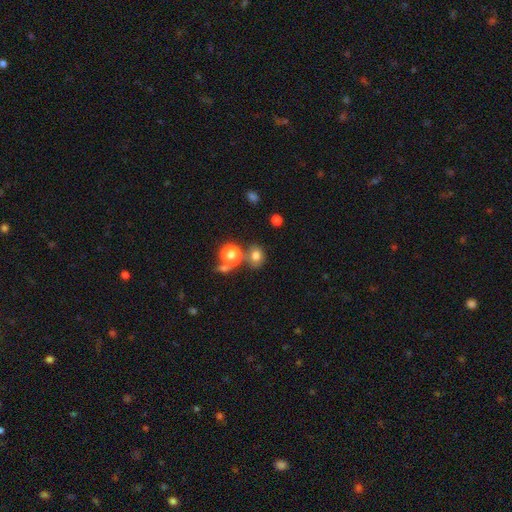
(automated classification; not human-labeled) Q: Smooth or featured?
A: smooth (76%); runner-up: star or artifact (17%)
Q: How rounded?
A: round (63%); runner-up: in between (36%)
Q: Merging?
A: none (65%); runner-up: merger (17%)